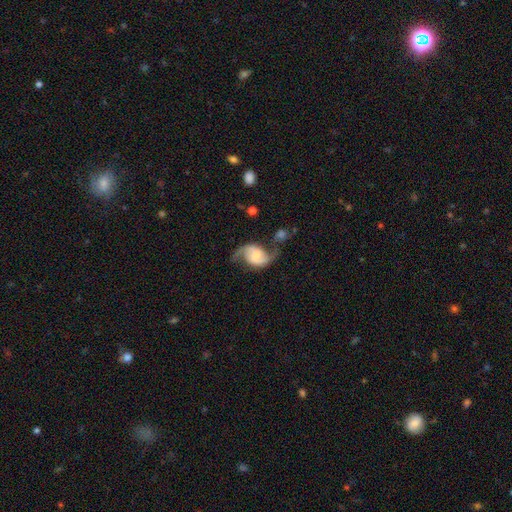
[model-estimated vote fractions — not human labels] Morphology: type=featured or disk (82%); edge-on=no (97%); bar=weak (43%); spiral arms=yes (95%); winding=loose (58%); arm count=2 (92%); bulge=small (36%, tied with moderate); merging=none (55%).